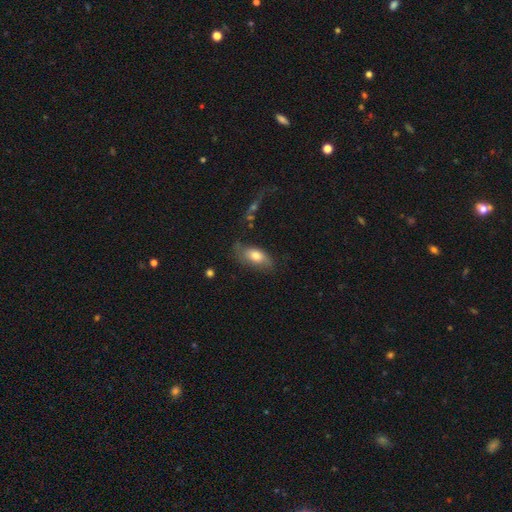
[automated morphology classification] smooth 69%, featured or disk 24%, star or artifact 7%. Down the decision tree: how rounded — in between (88%); merging — none (65%).